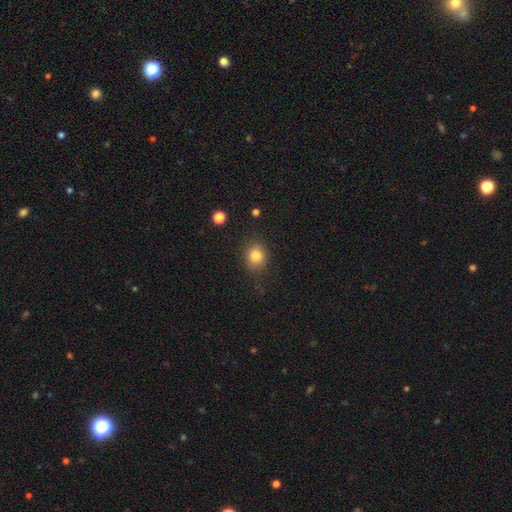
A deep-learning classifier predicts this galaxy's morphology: smooth-or-featured: smooth: 82% | star or artifact: 11% | featured or disk: 7%
  how-rounded: round: 73% | in between: 27% | cigar-shaped: 1%
  merging: none: 83% | minor disturbance: 12% | major disturbance: 4% | merger: 2%